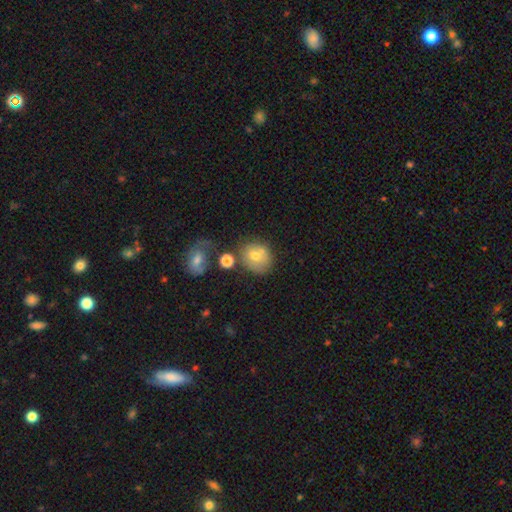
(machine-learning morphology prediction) Overall: smooth (66%). How rounded: round (71%). Merging: none (49%; merger 27%).